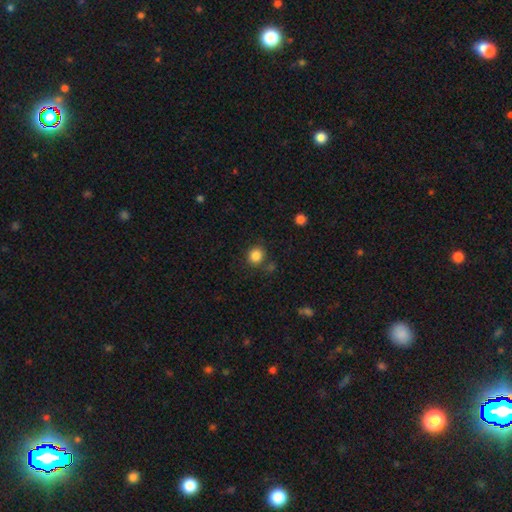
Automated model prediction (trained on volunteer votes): Q: Smooth or featured?
A: smooth (85%); runner-up: star or artifact (11%)
Q: How rounded?
A: round (84%); runner-up: in between (16%)
Q: Merging?
A: none (80%); runner-up: minor disturbance (11%)